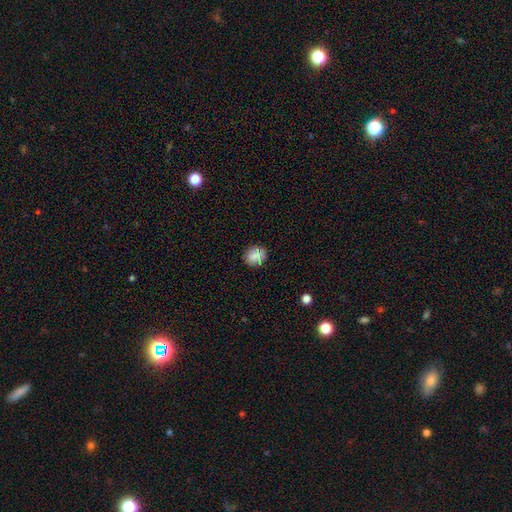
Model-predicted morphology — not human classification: A smooth galaxy with no disk features (79%) that is round (62%).

Vote fractions:
- Smooth or featured? smooth: 79% / star or artifact: 13% / featured or disk: 8%
- How rounded? round: 62% / in between: 37% / cigar-shaped: 1%
- Merging? none: 82% / minor disturbance: 13% / major disturbance: 3% / merger: 3%